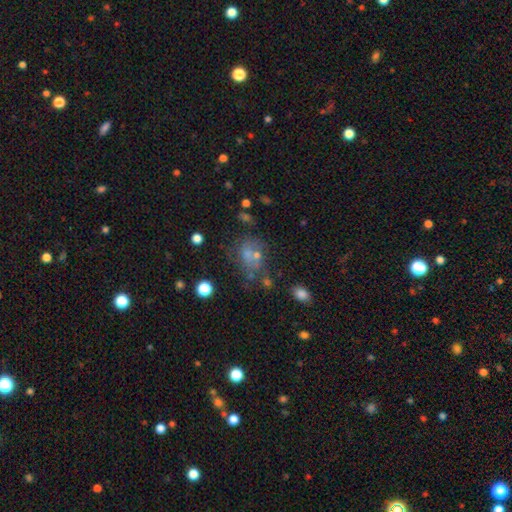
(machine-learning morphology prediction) This appears to be a star or artifact, not a galaxy (38%).